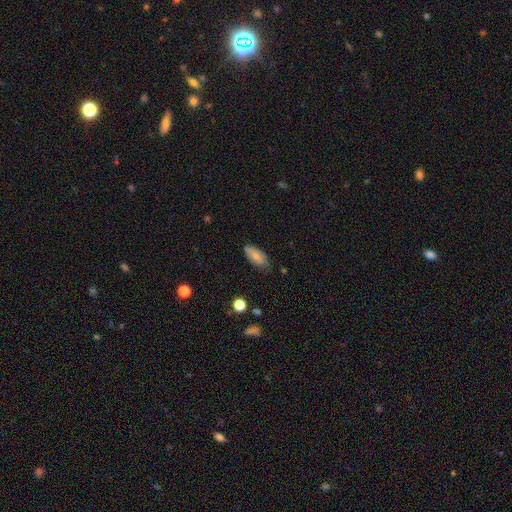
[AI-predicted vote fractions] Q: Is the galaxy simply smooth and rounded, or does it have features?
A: smooth — 76%.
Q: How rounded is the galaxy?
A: in between — 88%.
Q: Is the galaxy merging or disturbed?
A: none — 72%.